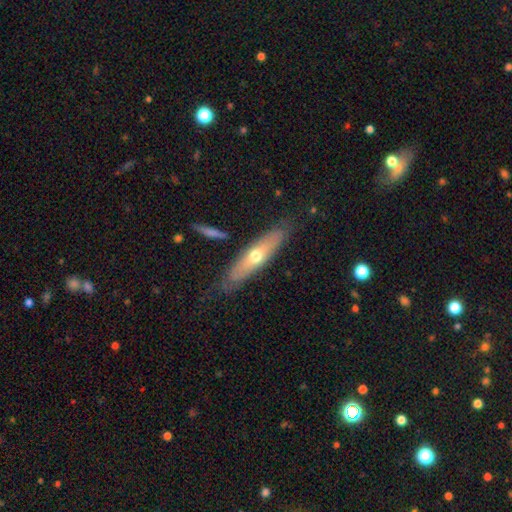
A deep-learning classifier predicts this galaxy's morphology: A smooth galaxy with no disk features (48%). Merging: none (80%).